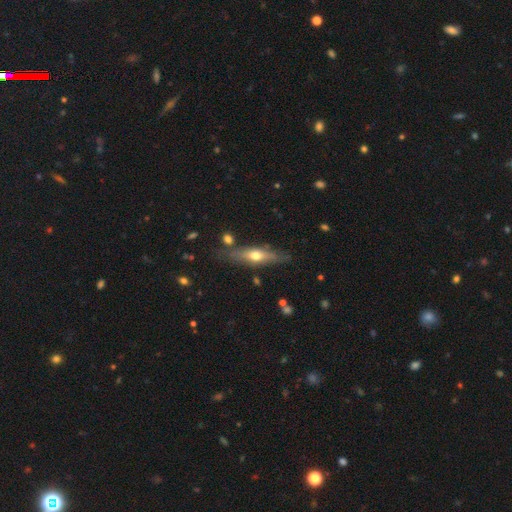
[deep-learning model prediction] Smooth or featured?
  - featured or disk: 50% *
  - smooth: 44%
  - star or artifact: 6%
Merging?
  - none: 76% *
  - minor disturbance: 15%
  - merger: 5%
  - major disturbance: 4%